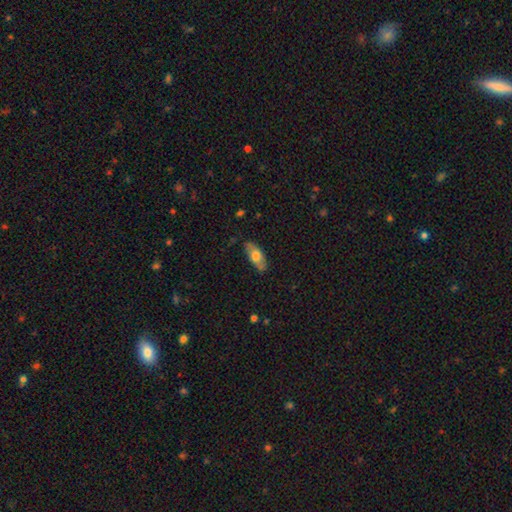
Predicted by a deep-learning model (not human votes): Smooth or featured: smooth — 60% (featured or disk — 34%)
How rounded: in between — 82% (cigar-shaped — 15%)
Merging: none — 81% (minor disturbance — 15%)